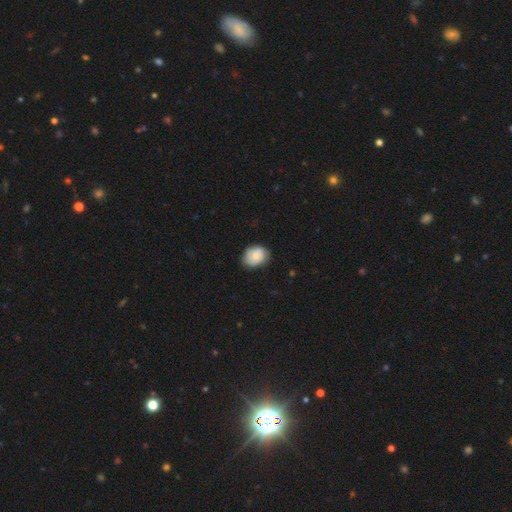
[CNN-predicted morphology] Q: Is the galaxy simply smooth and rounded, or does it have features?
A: smooth — 81%.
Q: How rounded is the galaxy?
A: in between — 59%.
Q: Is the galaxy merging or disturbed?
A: none — 76%.